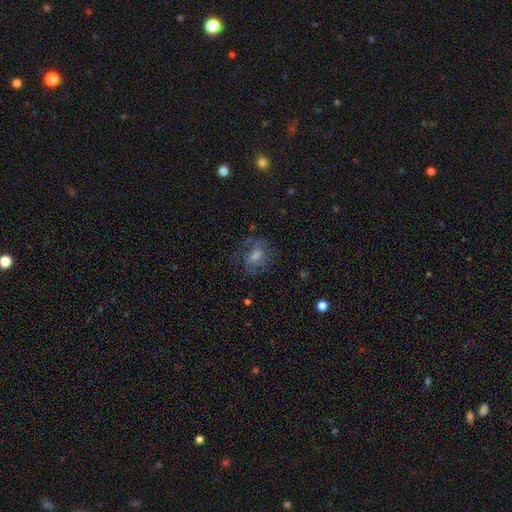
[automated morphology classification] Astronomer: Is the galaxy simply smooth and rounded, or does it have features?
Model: featured or disk — 57%.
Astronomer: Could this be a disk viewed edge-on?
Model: no — 96%.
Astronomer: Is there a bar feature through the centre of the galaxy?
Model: weak — 46% (runner-up: no, 43%).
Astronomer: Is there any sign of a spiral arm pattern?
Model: yes — 83%.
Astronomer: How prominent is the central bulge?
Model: moderate — 47% (runner-up: small, 33%).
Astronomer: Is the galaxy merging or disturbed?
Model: none — 67%.